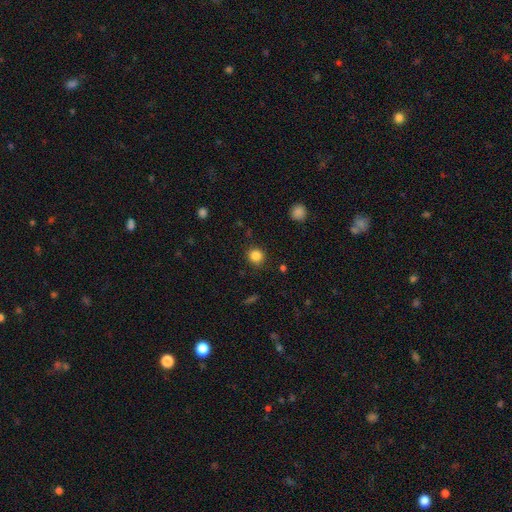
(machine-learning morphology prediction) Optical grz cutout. It shows a smooth galaxy with no disk features (85%) that is round (90%). Merging: none (88%).